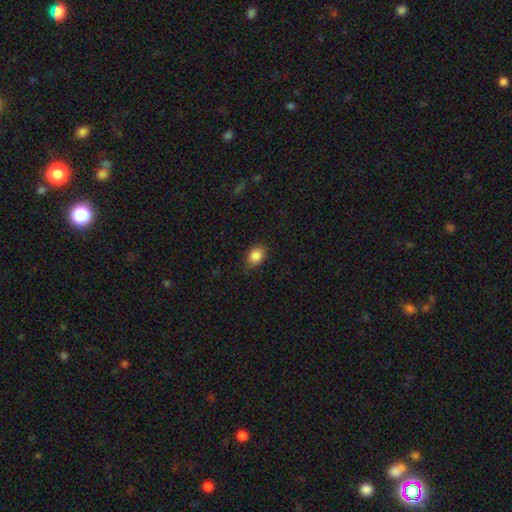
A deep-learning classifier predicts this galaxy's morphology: A smooth galaxy with no disk features (87%) that is in between round and cigar-shaped (65%).

Vote fractions:
- Smooth or featured? smooth: 87% / star or artifact: 9% / featured or disk: 4%
- How rounded? in between: 65% / round: 34% / cigar-shaped: 1%
- Merging? none: 81% / minor disturbance: 15% / major disturbance: 3% / merger: 1%